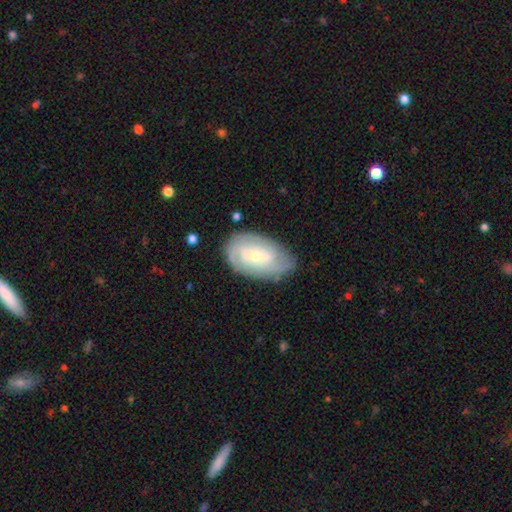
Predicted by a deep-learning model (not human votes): Smooth or featured? Predicted: featured or disk (p=0.73). Edge-on disk? Predicted: no (p=0.96). Bar? Predicted: no (p=0.53). Spiral arms? Predicted: yes (p=0.89). Spiral winding? Predicted: tight (p=0.62). Spiral arm count? Predicted: can't tell (p=0.37). Bulge size? Predicted: small (p=0.58). Merging? Predicted: none (p=0.76).